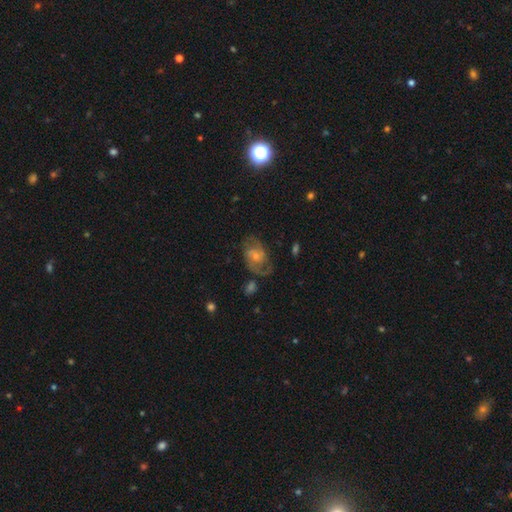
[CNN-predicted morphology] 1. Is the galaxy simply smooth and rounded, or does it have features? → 72% featured or disk, 20% smooth, 8% star or artifact.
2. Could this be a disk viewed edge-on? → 97% no, 3% yes.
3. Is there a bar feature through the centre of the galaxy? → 58% no, 35% weak, 6% strong.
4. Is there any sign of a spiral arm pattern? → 88% yes, 12% no.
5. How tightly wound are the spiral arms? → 51% medium, 26% loose, 23% tight.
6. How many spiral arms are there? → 76% 2, 12% can't tell, 4% 3, 4% 1, 2% 4, 2% more than 4.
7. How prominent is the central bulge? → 52% small, 38% moderate, 5% none, 4% large, 1% dominant.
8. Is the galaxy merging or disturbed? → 64% none, 20% minor disturbance, 14% major disturbance, 3% merger.